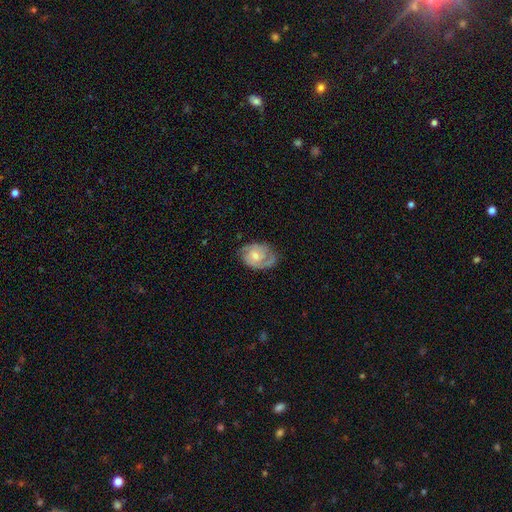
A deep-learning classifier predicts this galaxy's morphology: type=featured or disk (72%); edge-on=no (97%); bar=no (67%); spiral arms=yes (90%); winding=tight (48%); arm count=2 (60%); bulge=moderate (49%); merging=none (64%).